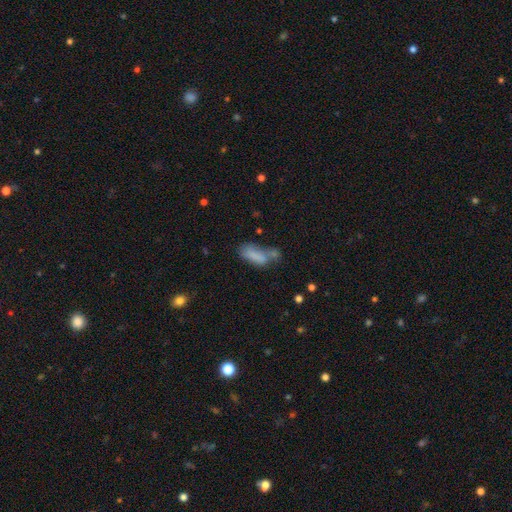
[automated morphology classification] This appears to be a smooth galaxy with no disk features (75%) that is in between round and cigar-shaped (70%). Merging: none (31%).